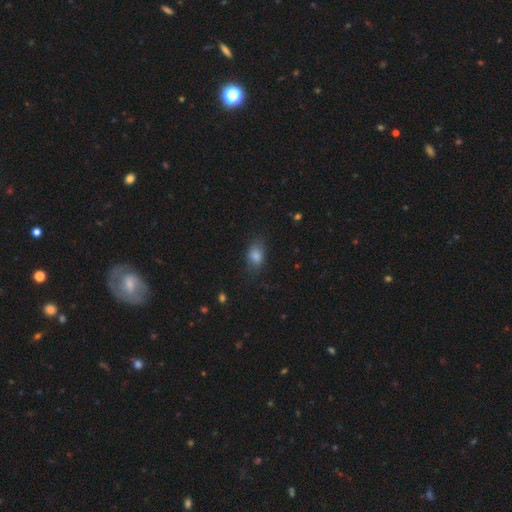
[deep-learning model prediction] Smooth or featured? smooth (79%)
How rounded? in between (77%)
Merging? none (74%)